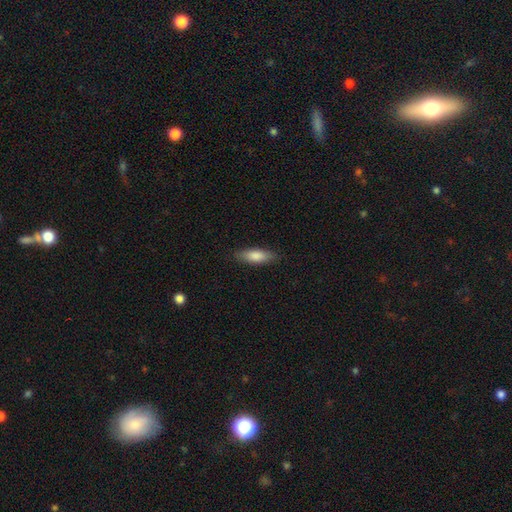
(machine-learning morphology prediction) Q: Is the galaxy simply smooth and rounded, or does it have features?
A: smooth — 81%.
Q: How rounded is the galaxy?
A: in between — 55%.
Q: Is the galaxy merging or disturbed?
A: none — 86%.